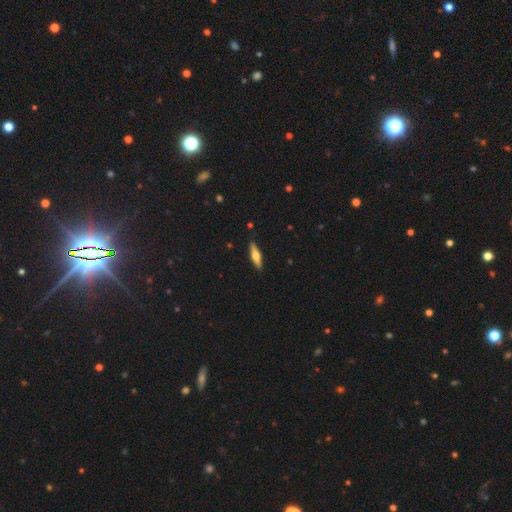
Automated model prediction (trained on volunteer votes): Q: Smooth or featured?
A: featured or disk (54%); runner-up: smooth (41%)
Q: Edge-on disk?
A: yes (95%); runner-up: no (5%)
Q: Edge-on bulge?
A: rounded (91%); runner-up: boxy (6%)
Q: Merging?
A: none (89%); runner-up: minor disturbance (8%)